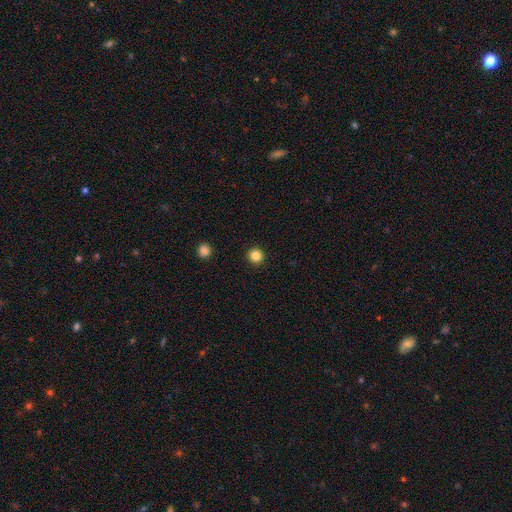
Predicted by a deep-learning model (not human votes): A smooth galaxy with no disk features (84%) that is round (96%). Merging: none (94%).